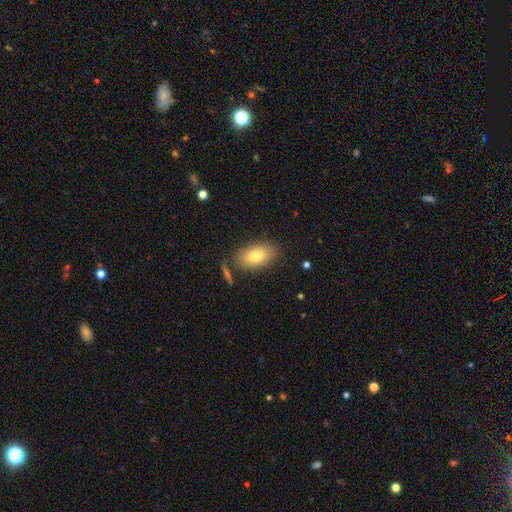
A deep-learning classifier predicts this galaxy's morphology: Smooth or featured?
  - smooth: 77% *
  - featured or disk: 15%
  - star or artifact: 8%
How rounded?
  - in between: 91% *
  - round: 6%
  - cigar-shaped: 3%
Merging?
  - none: 79% *
  - minor disturbance: 12%
  - merger: 5%
  - major disturbance: 3%